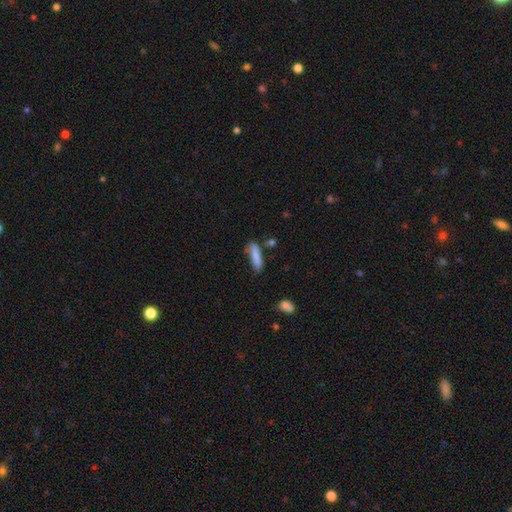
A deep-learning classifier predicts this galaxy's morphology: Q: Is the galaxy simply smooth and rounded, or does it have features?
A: smooth — 81%.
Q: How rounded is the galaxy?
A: cigar-shaped — 77%.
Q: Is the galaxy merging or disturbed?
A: none — 62%.